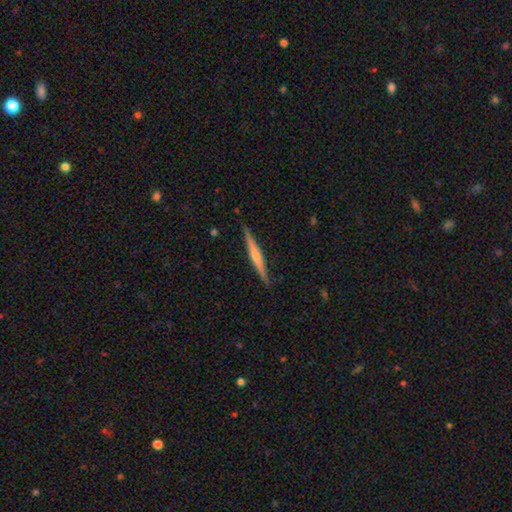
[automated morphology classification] This is likely a featured or disk galaxy (60%). It is clearly viewed edge-on (98%). Edge-on bulge: marginally rounded (44%). Merging: clearly none (89%).